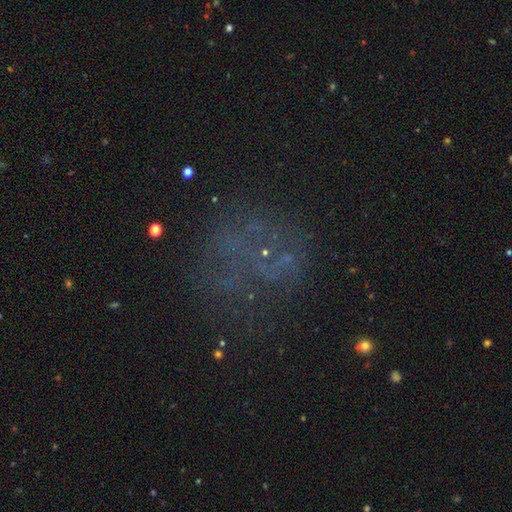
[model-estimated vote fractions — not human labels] Overall: star or artifact (46%; smooth 27%).